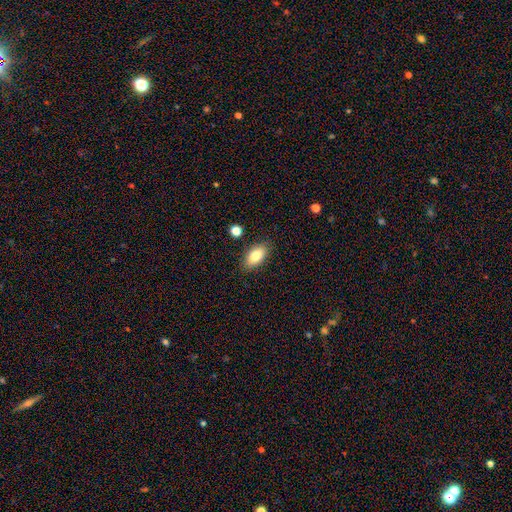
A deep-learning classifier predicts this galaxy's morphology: smooth-or-featured: smooth: 81% | featured or disk: 11% | star or artifact: 8%
  how-rounded: in between: 90% | cigar-shaped: 5% | round: 5%
  merging: none: 85% | minor disturbance: 10% | merger: 3% | major disturbance: 2%